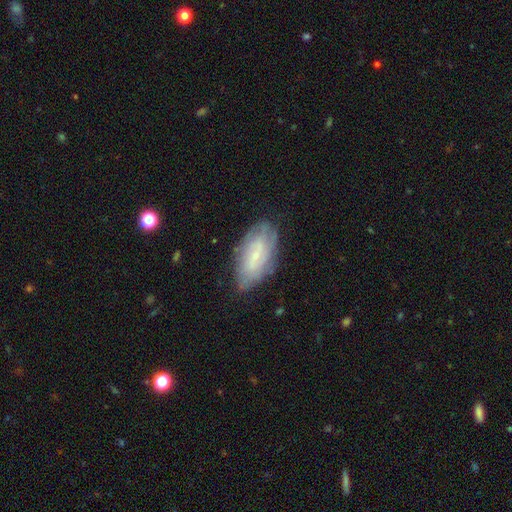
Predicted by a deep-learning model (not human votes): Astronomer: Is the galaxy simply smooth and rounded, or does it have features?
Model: featured or disk — 53% (runner-up: smooth, 39%).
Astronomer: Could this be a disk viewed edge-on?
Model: no — 91%.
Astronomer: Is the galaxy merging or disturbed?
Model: none — 73%.